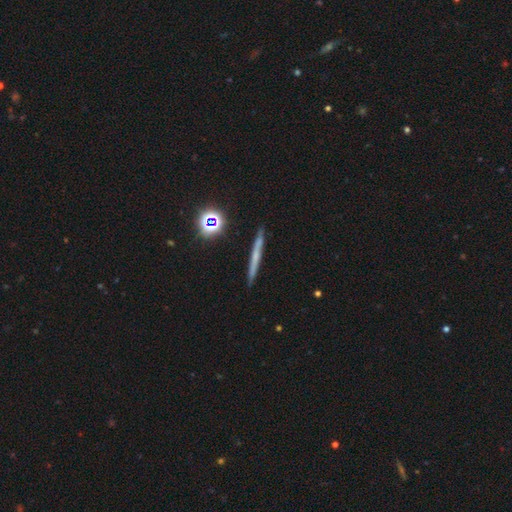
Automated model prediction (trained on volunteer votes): Smooth or featured? featured or disk (44%)
Merging? none (90%)